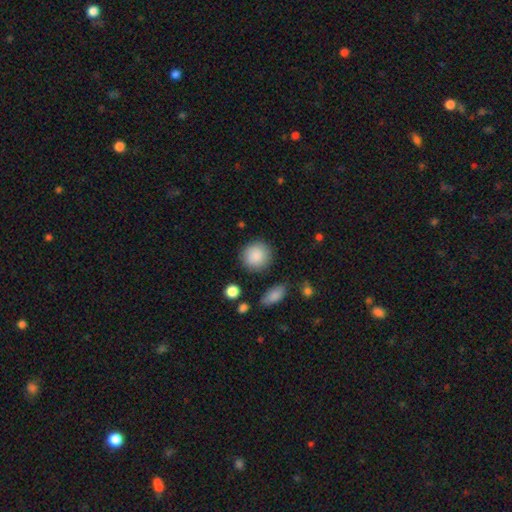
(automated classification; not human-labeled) Q: Smooth or featured?
A: smooth (88%); runner-up: star or artifact (7%)
Q: How rounded?
A: round (91%); runner-up: in between (8%)
Q: Merging?
A: none (86%); runner-up: minor disturbance (9%)